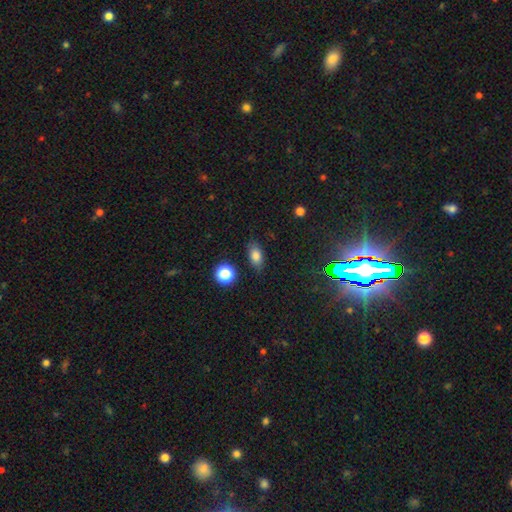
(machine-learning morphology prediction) smooth 80%, star or artifact 12%, featured or disk 8%. Down the decision tree: how rounded — in between (82%); merging — none (79%).